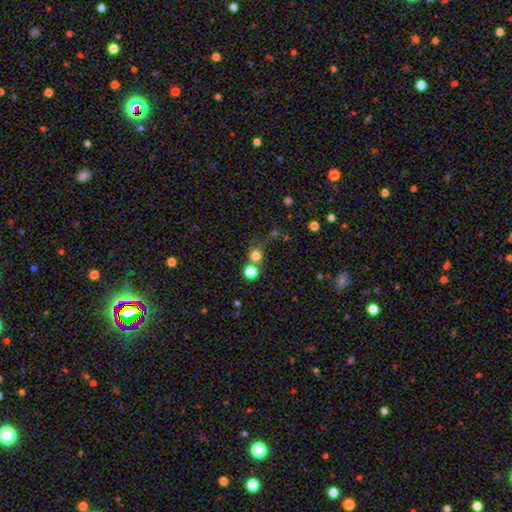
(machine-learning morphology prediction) smooth-or-featured: smooth: 75% | star or artifact: 17% | featured or disk: 8%
  how-rounded: round: 89% | in between: 10% | cigar-shaped: 1%
  merging: none: 61% | merger: 25% | minor disturbance: 9% | major disturbance: 5%